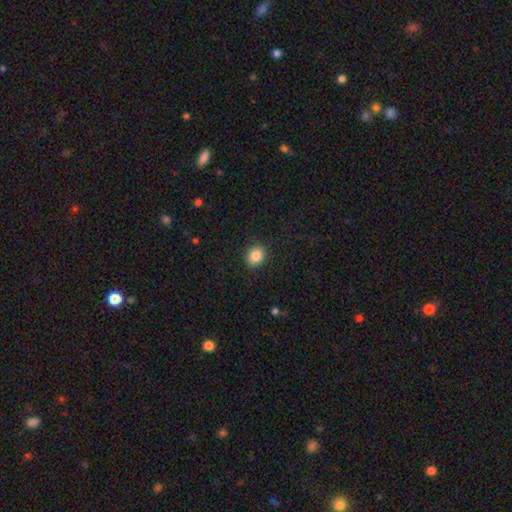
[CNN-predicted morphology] type=smooth (85%); roundness=round (61%); merging=none (89%).